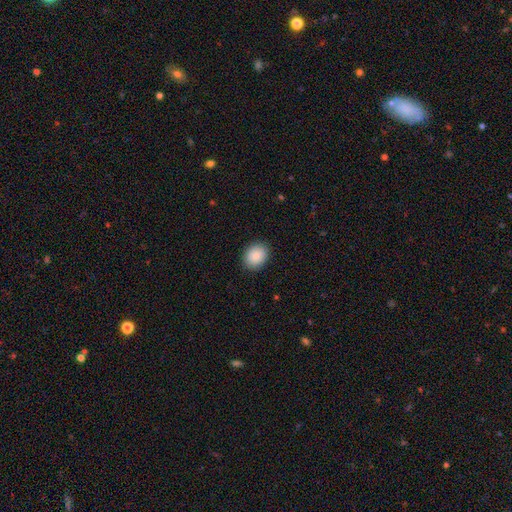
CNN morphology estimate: smooth 88%, star or artifact 7%, featured or disk 5%. Down the decision tree: how rounded — in between (51%); merging — none (89%).